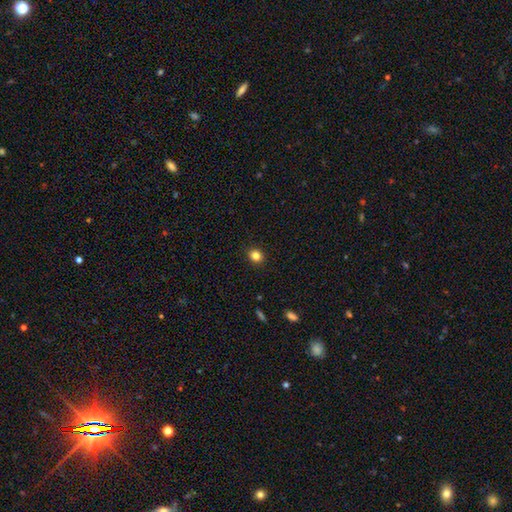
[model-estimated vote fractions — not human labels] smooth-or-featured: smooth: 83% | star or artifact: 12% | featured or disk: 5%
  how-rounded: round: 78% | in between: 21% | cigar-shaped: 1%
  merging: none: 91% | minor disturbance: 6% | major disturbance: 2% | merger: 1%